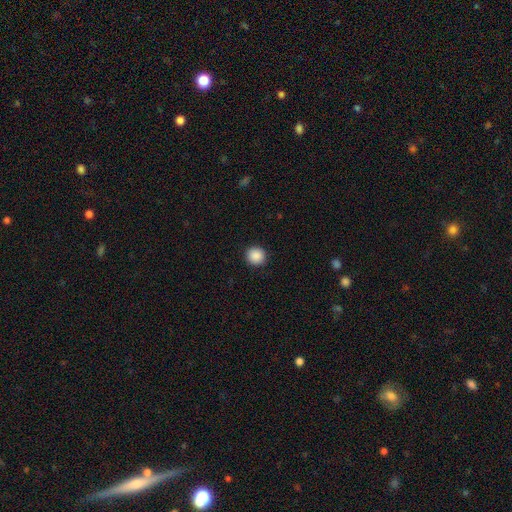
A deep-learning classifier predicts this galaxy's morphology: This appears to be a smooth galaxy with no disk features (89%) that is round (92%). Merging: none (92%).